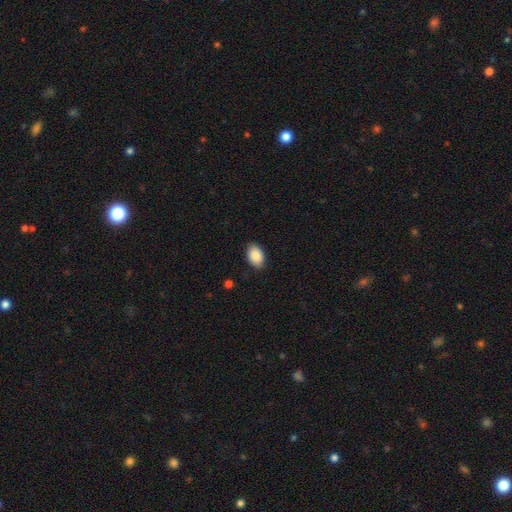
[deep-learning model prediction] This appears to be a smooth galaxy with no disk features (89%) that is in between round and cigar-shaped (89%). Merging: none (87%).